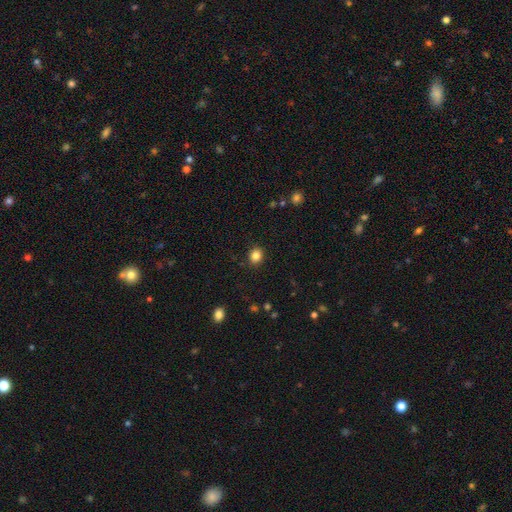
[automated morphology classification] This appears to be a smooth galaxy with no disk features (85%) that is round (64%). Merging: none (88%).